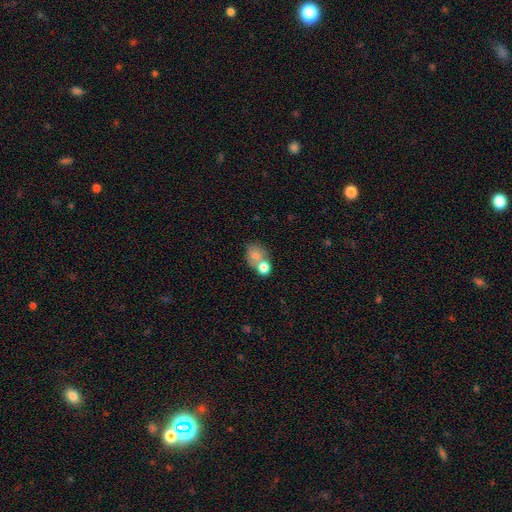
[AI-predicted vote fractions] This is likely a smooth galaxy (73%). How rounded: possibly round (54%). Merging: possibly merger (48%).